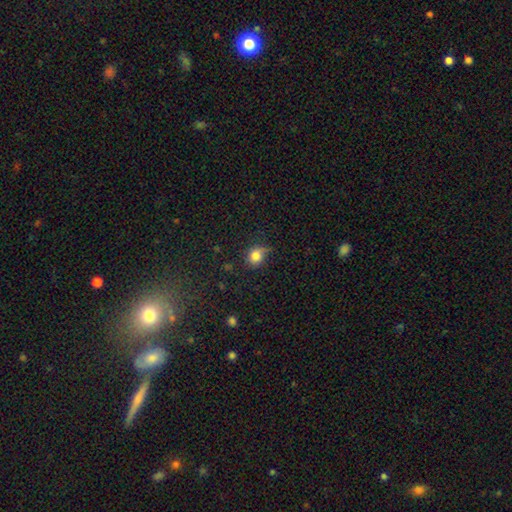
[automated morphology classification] smooth-or-featured: smooth: 81% | star or artifact: 11% | featured or disk: 7%
  how-rounded: round: 78% | in between: 21% | cigar-shaped: 1%
  merging: none: 59% | minor disturbance: 29% | major disturbance: 9% | merger: 3%